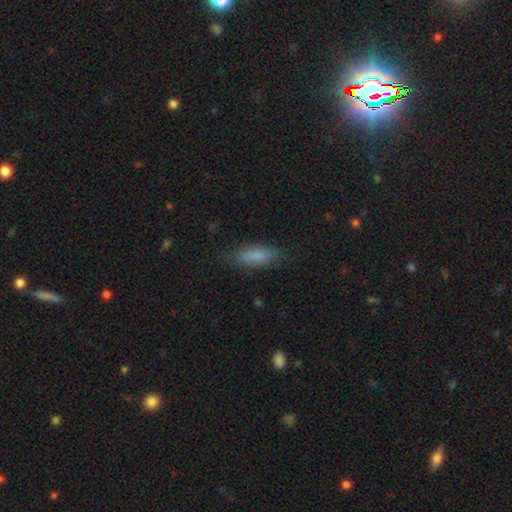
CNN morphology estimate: Smooth or featured? smooth (83%)
How rounded? in between (67%)
Merging? none (82%)